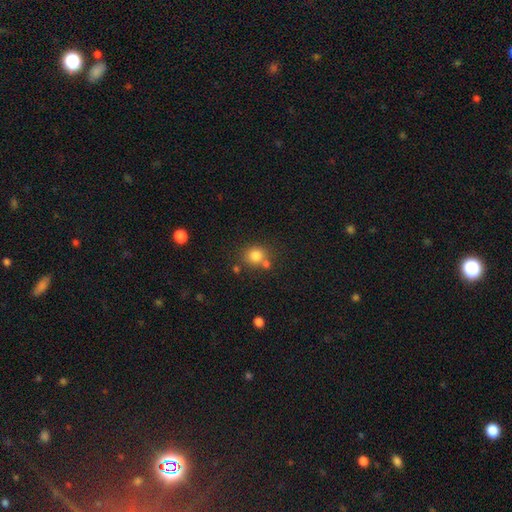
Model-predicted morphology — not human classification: smooth-or-featured: smooth: 81% | star or artifact: 12% | featured or disk: 7%
  how-rounded: round: 81% | in between: 18% | cigar-shaped: 1%
  merging: none: 64% | merger: 22% | minor disturbance: 11% | major disturbance: 4%